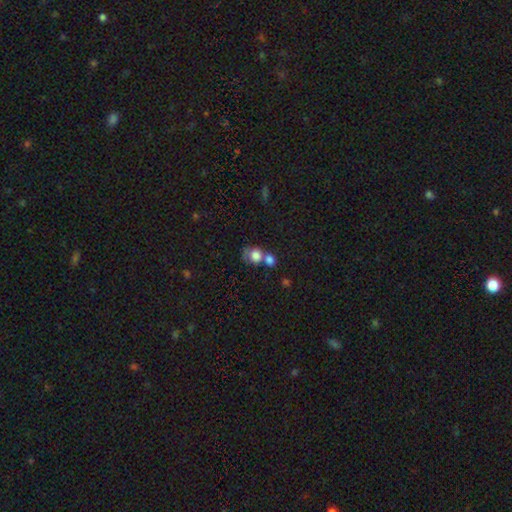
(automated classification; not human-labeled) This is likely a smooth galaxy (77%). How rounded: likely round (73%). Merging: possibly merger (54%).